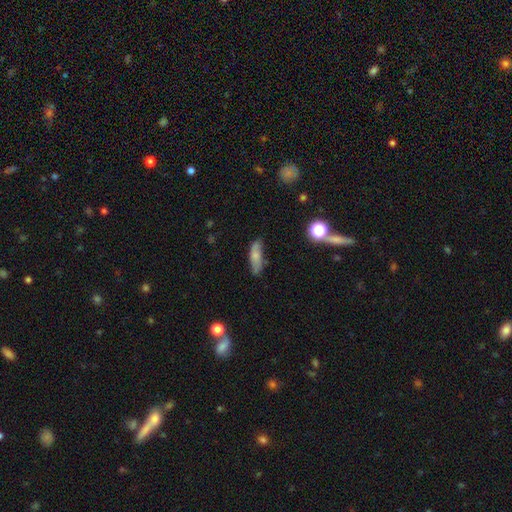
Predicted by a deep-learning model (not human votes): Morphology: type=smooth (70%); roundness=in between (50%); merging=none (68%).